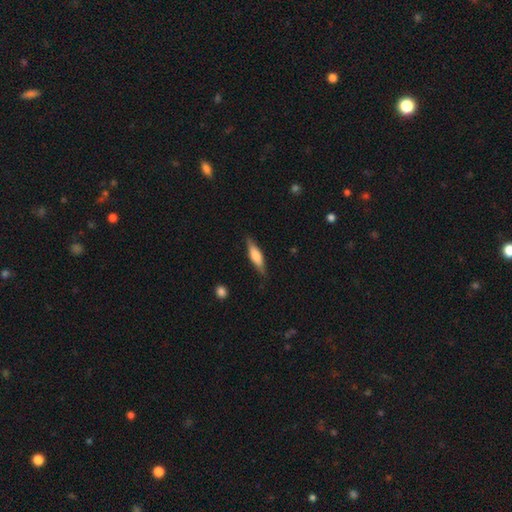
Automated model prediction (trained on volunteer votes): Smooth or featured: smooth — 57% (featured or disk — 37%)
How rounded: cigar-shaped — 67% (in between — 31%)
Merging: none — 83% (minor disturbance — 13%)